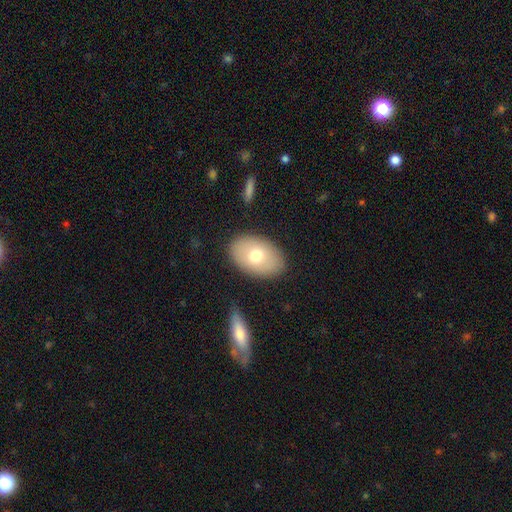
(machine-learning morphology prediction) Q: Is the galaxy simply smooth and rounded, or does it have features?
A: smooth — 69%.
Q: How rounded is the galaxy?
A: in between — 88%.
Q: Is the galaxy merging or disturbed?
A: none — 85%.